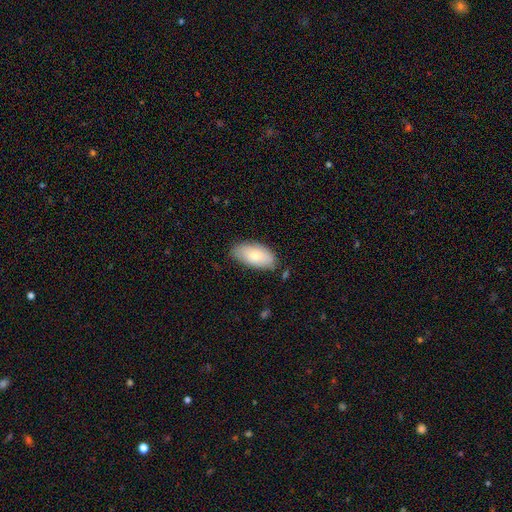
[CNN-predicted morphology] Overall: smooth (77%). How rounded: in between (95%). Merging: none (75%).